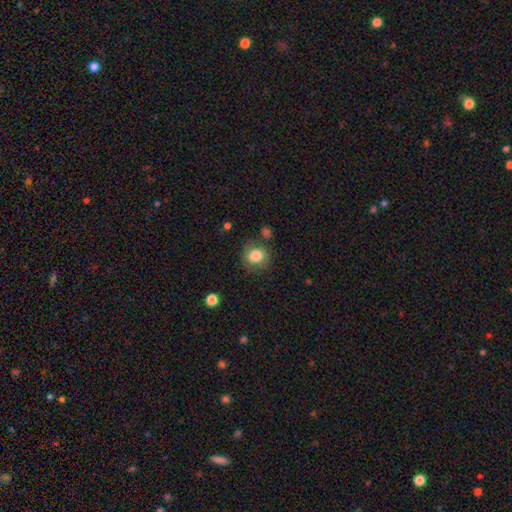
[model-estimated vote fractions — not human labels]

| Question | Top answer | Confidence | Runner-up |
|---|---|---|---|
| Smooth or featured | smooth | 82% | star or artifact (9%) |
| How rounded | round | 76% | in between (23%) |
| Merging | none | 76% | minor disturbance (15%) |